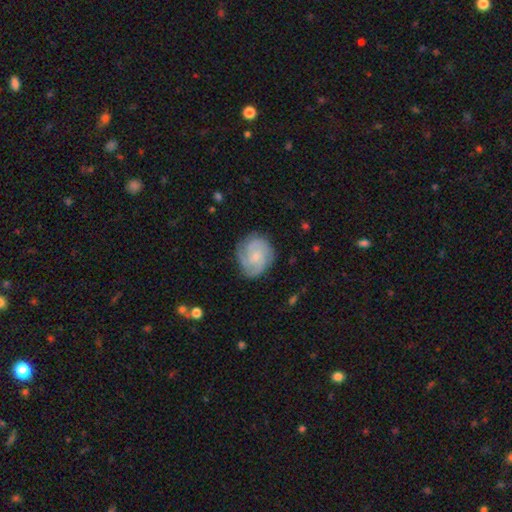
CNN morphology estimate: smooth-or-featured: featured or disk: 77% | smooth: 17% | star or artifact: 6%
  disk-edge-on: no: 98% | yes: 2%
    bar: no: 71% | weak: 26% | strong: 3%
    has-spiral-arms: yes: 96% | no: 4%
      spiral-winding: tight: 54% | medium: 37% | loose: 8%
      spiral-arm-count: 3: 50% | 2: 15% | can't tell: 14% | 4: 11% | 1: 5% | more than 4: 4%
    bulge-size: small: 63% | moderate: 27% | none: 7% | large: 2% | dominant: 1%
  merging: none: 78% | minor disturbance: 16% | major disturbance: 5% | merger: 1%